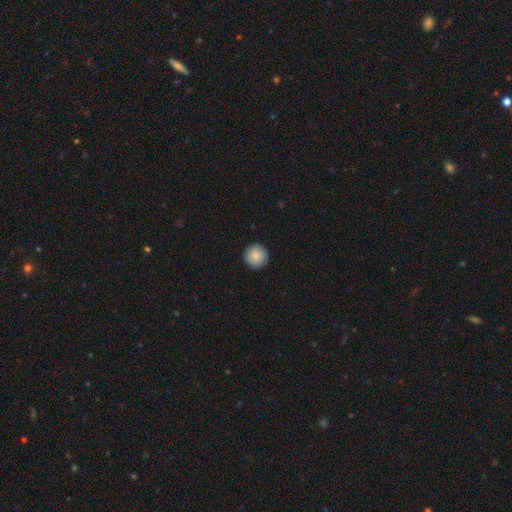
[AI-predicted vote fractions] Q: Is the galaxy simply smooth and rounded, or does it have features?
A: smooth — 88%.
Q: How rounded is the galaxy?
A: round — 96%.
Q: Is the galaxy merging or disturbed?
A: none — 92%.